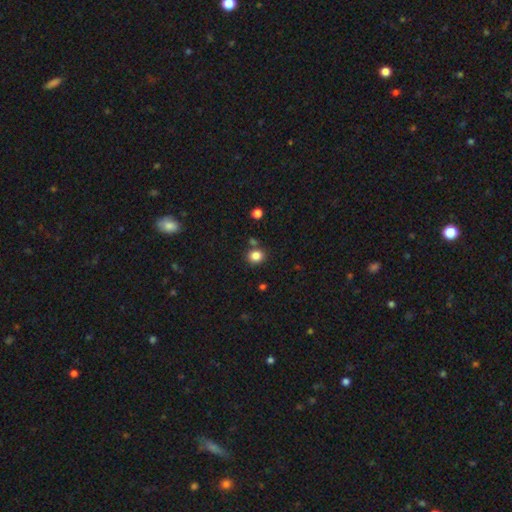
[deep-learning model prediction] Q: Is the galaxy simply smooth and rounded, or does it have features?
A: smooth — 85%.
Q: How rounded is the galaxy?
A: round — 72%.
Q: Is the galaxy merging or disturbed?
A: none — 78%.